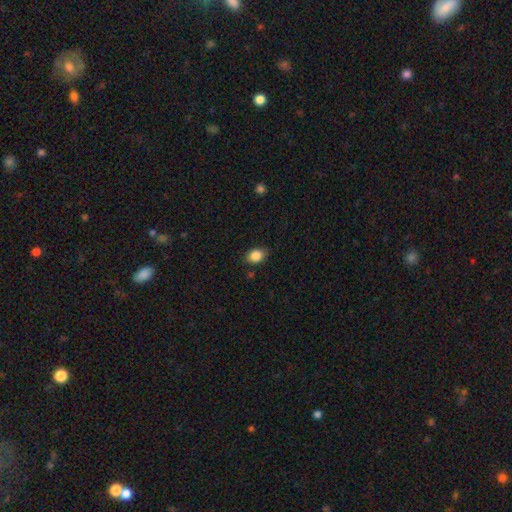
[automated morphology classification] This is clearly a smooth galaxy (86%). How rounded: likely in between (64%). Merging: clearly none (82%).